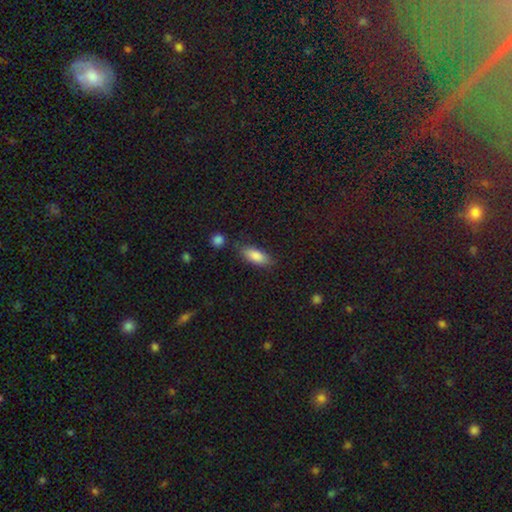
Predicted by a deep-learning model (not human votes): Smooth or featured? smooth (86%)
How rounded? in between (79%)
Merging? none (78%)